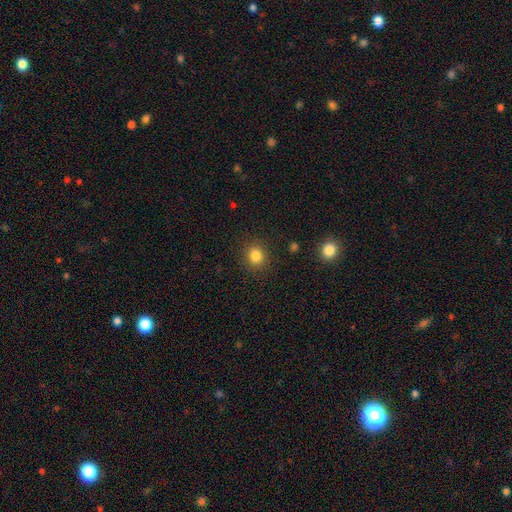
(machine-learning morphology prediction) The model was most divided on "how rounded": round: 84%, in between: 15%, cigar-shaped: 1%. More confident: merging — none (89%); smooth or featured — smooth (84%).